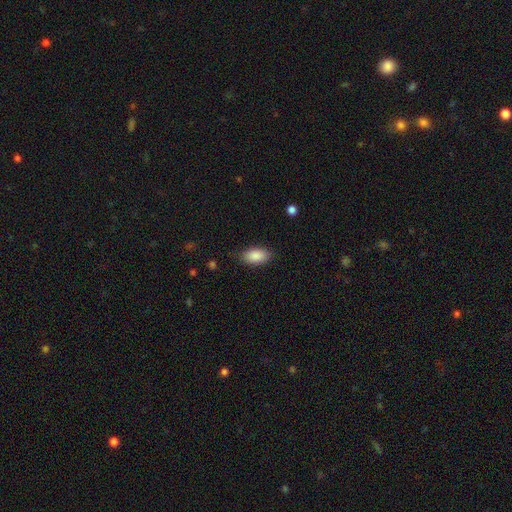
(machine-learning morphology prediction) smooth_or_featured: smooth (p=0.89) [alt: star or artifact p=0.07]
how_rounded: in between (p=0.93) [alt: cigar-shaped p=0.04]
merging: none (p=0.85) [alt: minor disturbance p=0.12]